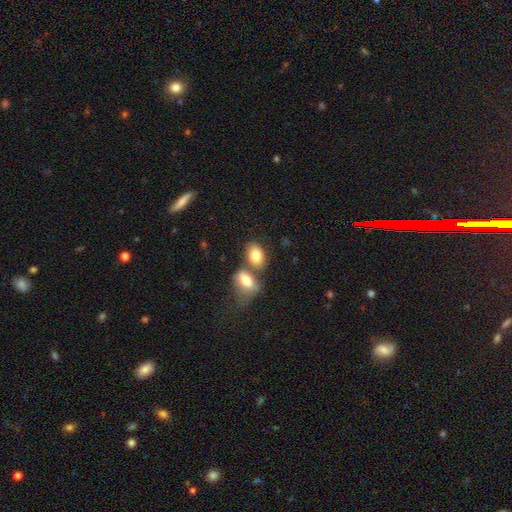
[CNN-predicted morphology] Q: Smooth or featured?
A: smooth (81%); runner-up: featured or disk (12%)
Q: How rounded?
A: in between (87%); runner-up: round (11%)
Q: Merging?
A: merger (44%); runner-up: none (41%)